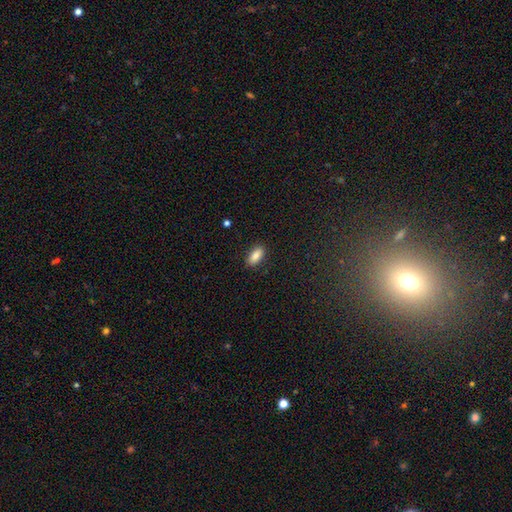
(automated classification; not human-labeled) Smooth or featured? smooth (86%)
How rounded? in between (85%)
Merging? none (88%)